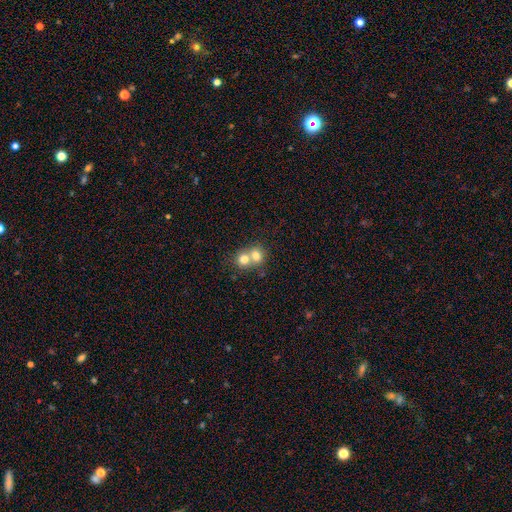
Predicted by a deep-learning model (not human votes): Morphology: type=smooth (74%); roundness=round (76%); merging=merger (65%).